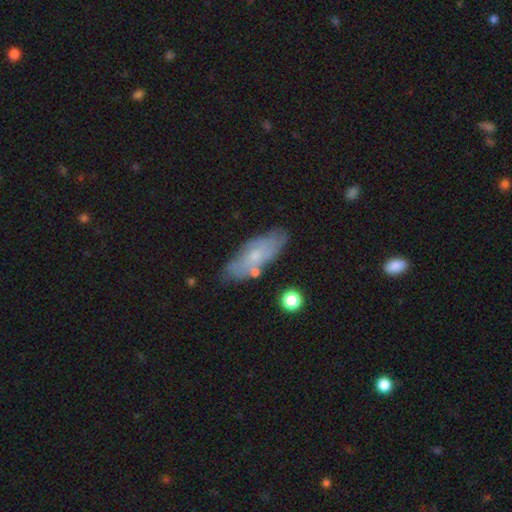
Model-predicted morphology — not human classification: Smooth or featured?
  - smooth: 49% *
  - featured or disk: 44%
  - star or artifact: 7%
Merging?
  - none: 73% *
  - minor disturbance: 18%
  - merger: 5%
  - major disturbance: 4%